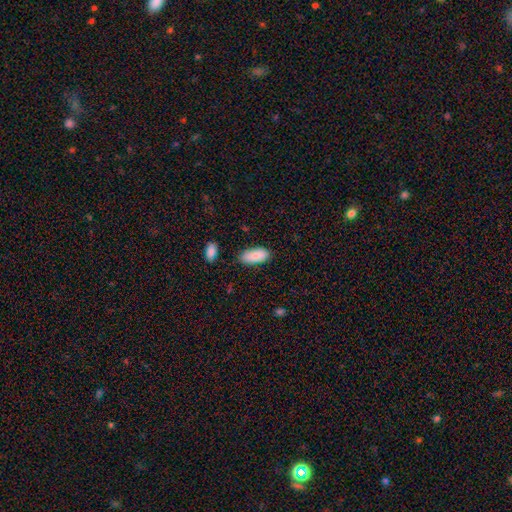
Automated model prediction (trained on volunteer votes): Smooth or featured? smooth (87%)
How rounded? in between (89%)
Merging? none (80%)